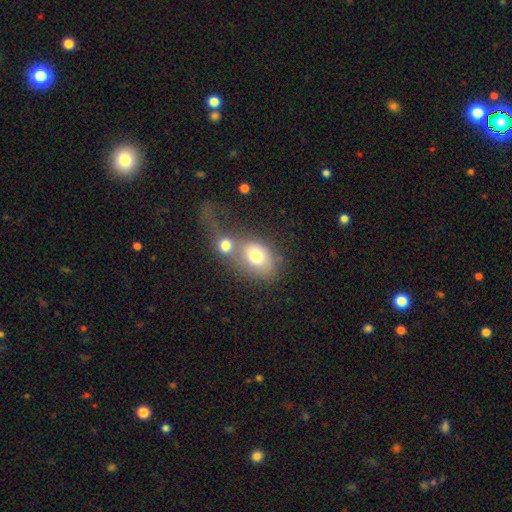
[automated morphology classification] This appears to be a smooth galaxy with no disk features (71%) that is in between round and cigar-shaped (64%). Merging: merger (57%).